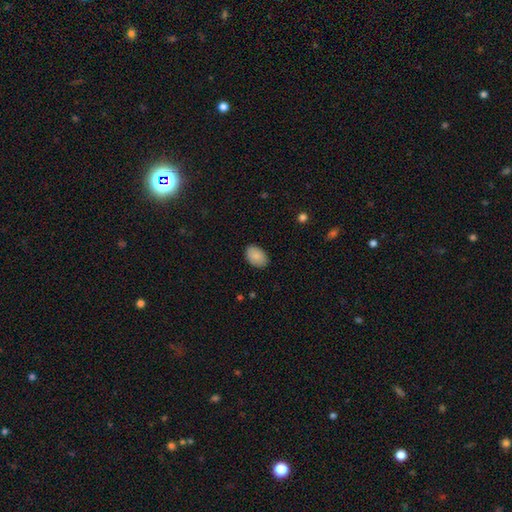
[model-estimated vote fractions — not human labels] This appears to be a smooth galaxy with no disk features (88%) that is in between round and cigar-shaped (87%). Merging: none (85%).